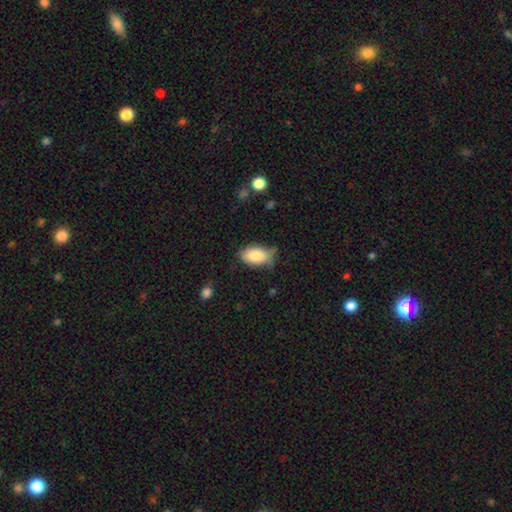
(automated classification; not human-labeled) A smooth galaxy with no disk features (85%) that is in between round and cigar-shaped (93%). Merging: none (58%).